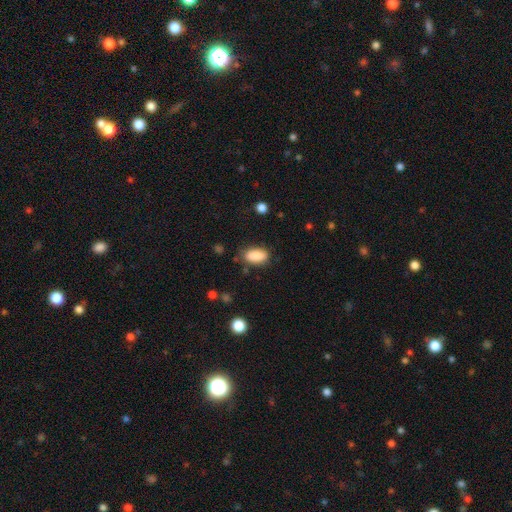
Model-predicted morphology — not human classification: smooth-or-featured: smooth: 88% | star or artifact: 7% | featured or disk: 5%
  how-rounded: in between: 91% | cigar-shaped: 5% | round: 4%
  merging: none: 80% | minor disturbance: 15% | major disturbance: 4% | merger: 2%